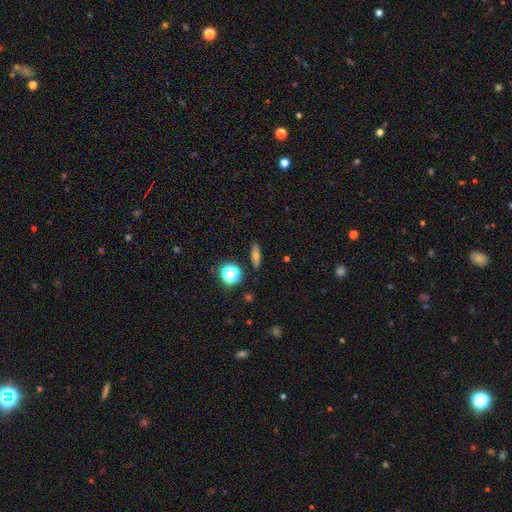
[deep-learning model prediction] Smooth or featured? Predicted: smooth (p=0.55). How rounded? Predicted: in between (p=0.42). Merging? Predicted: none (p=0.88).